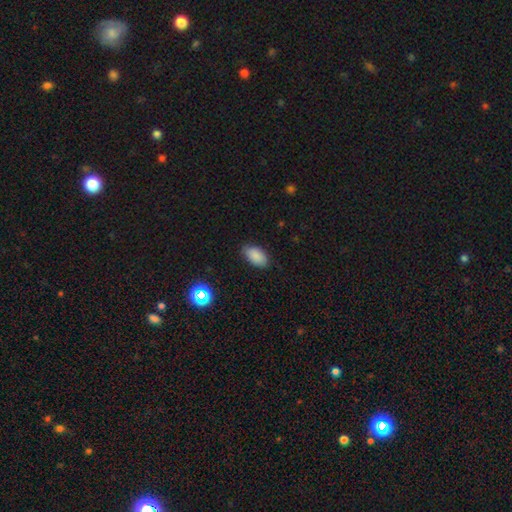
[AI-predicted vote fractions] This is clearly a smooth galaxy (86%). How rounded: clearly in between (94%). Merging: clearly none (83%).